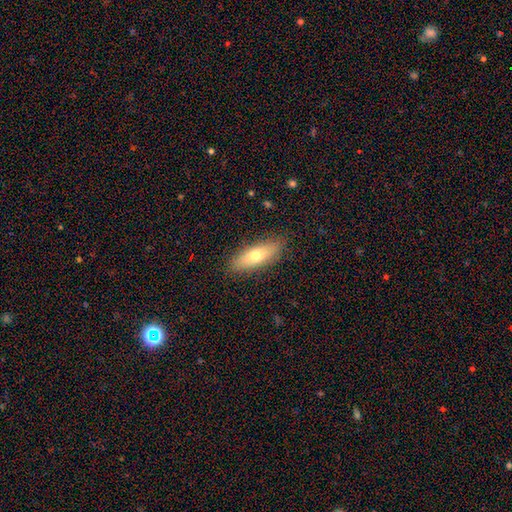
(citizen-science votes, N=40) smooth 62%, featured or disk 30%, star or artifact 8%. Down the decision tree: how rounded — in between (68%); merging — none (95%).